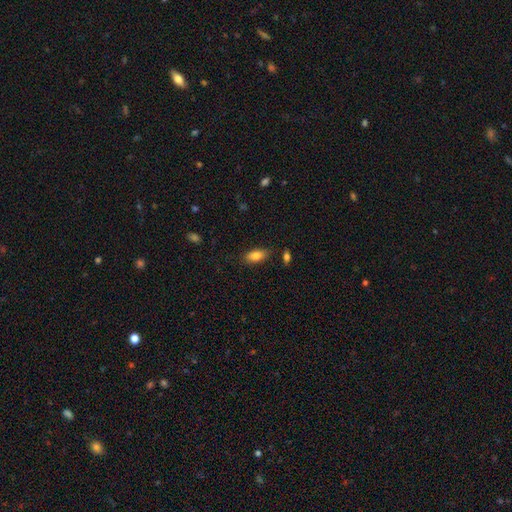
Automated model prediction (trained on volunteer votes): This appears to be a smooth galaxy with no disk features (82%) that is in between round and cigar-shaped (89%). Merging: none (83%).